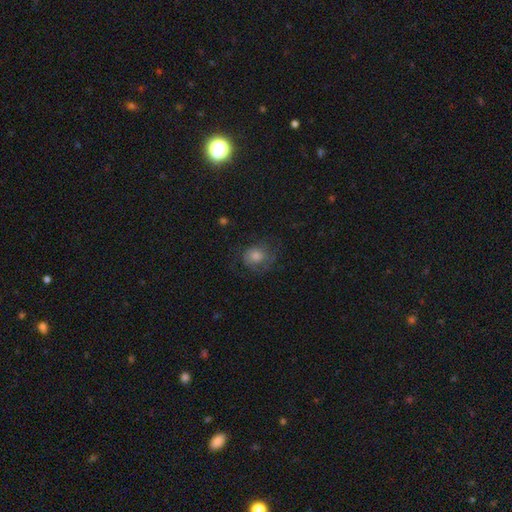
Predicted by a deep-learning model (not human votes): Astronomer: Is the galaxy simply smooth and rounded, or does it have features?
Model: smooth — 46% (runner-up: featured or disk, 38%).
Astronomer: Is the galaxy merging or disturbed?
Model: none — 66%.